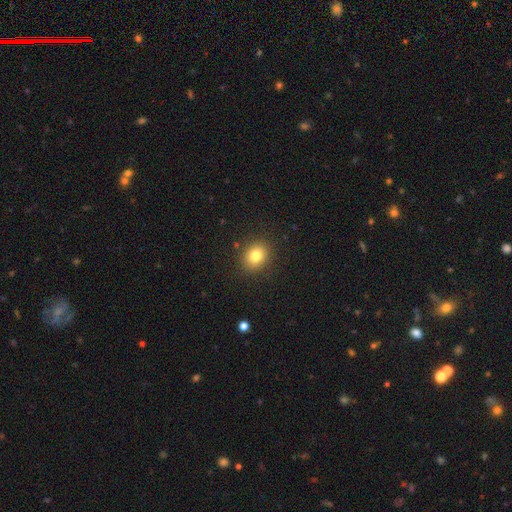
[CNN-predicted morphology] Smooth or featured? Predicted: smooth (p=0.80). How rounded? Predicted: round (p=0.63). Merging? Predicted: none (p=0.89).